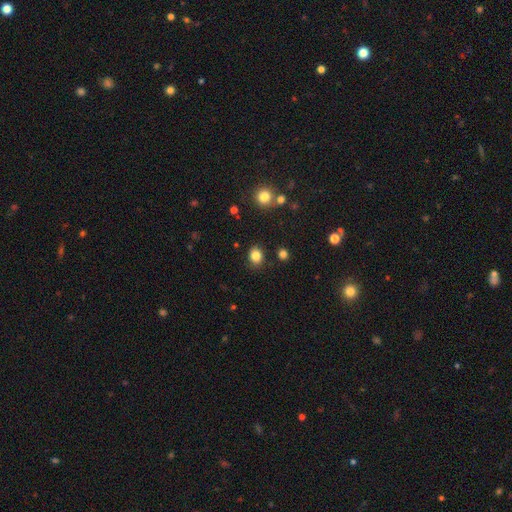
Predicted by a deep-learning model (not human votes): A smooth galaxy with no disk features (84%) that is round (60%).

Vote fractions:
- Smooth or featured? smooth: 84% / star or artifact: 11% / featured or disk: 5%
- How rounded? round: 60% / in between: 39% / cigar-shaped: 1%
- Merging? none: 86% / minor disturbance: 9% / major disturbance: 3% / merger: 2%